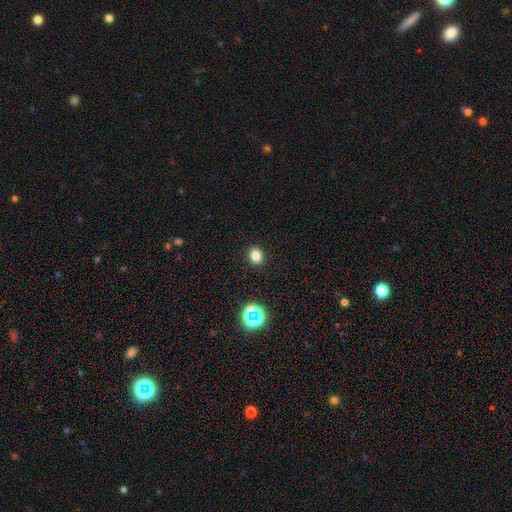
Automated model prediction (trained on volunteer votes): Overall: smooth (80%). How rounded: round (61%; in between 38%). Merging: none (91%).